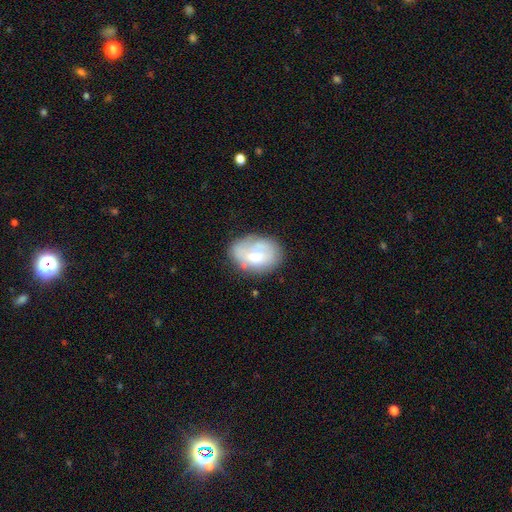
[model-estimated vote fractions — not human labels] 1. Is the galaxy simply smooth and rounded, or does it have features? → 59% smooth, 33% featured or disk, 8% star or artifact.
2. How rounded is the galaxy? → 77% in between, 22% round, 1% cigar-shaped.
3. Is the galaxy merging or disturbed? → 59% none, 26% minor disturbance, 10% major disturbance, 5% merger.